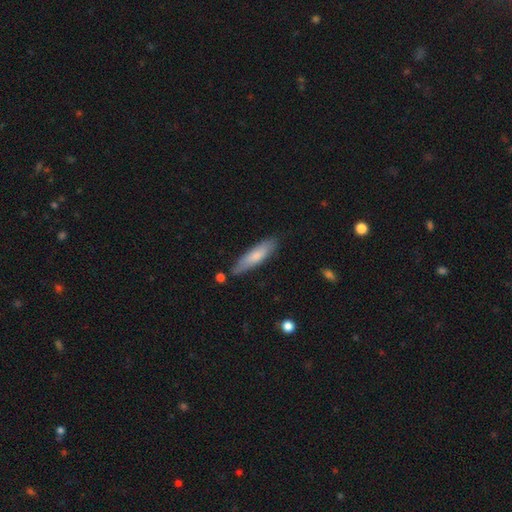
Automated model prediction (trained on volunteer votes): Smooth or featured? Predicted: smooth (p=0.72). How rounded? Predicted: cigar-shaped (p=0.72). Merging? Predicted: none (p=0.77).